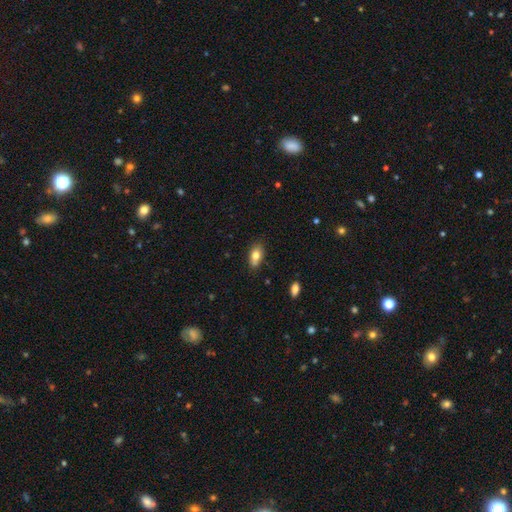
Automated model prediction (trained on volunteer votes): smooth-or-featured: smooth: 77% | featured or disk: 15% | star or artifact: 8%
  how-rounded: in between: 87% | round: 8% | cigar-shaped: 5%
  merging: none: 68% | minor disturbance: 21% | merger: 7% | major disturbance: 4%